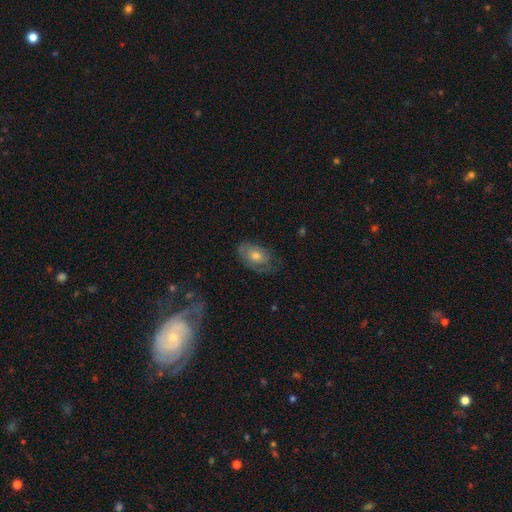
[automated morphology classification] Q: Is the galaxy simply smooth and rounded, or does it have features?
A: smooth — 46%.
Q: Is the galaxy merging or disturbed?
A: none — 63%.